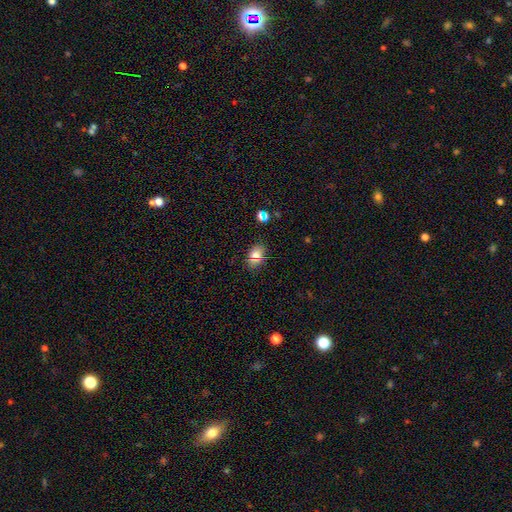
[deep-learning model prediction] Overall: smooth (70%). How rounded: in between (72%). Merging: none (86%).